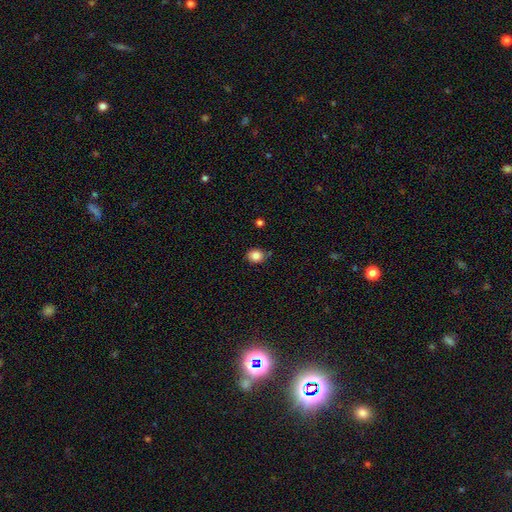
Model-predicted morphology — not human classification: smooth-or-featured: smooth: 84% | star or artifact: 10% | featured or disk: 5%
  how-rounded: round: 69% | in between: 30% | cigar-shaped: 1%
  merging: none: 76% | minor disturbance: 16% | merger: 5% | major disturbance: 3%